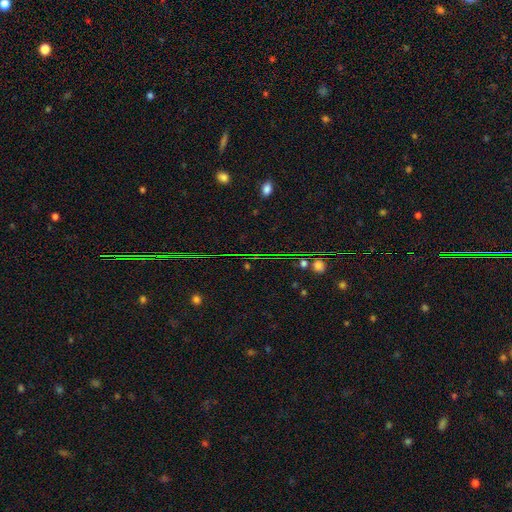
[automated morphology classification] The model was most divided on "smooth or featured": star or artifact: 75%, smooth: 14%, featured or disk: 11%.